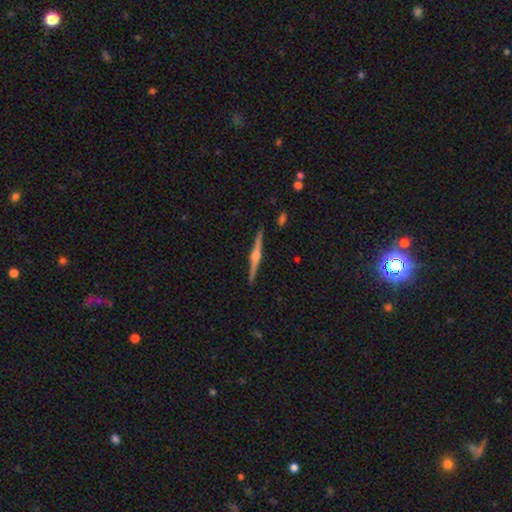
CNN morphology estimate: This appears to be a featured or disk galaxy (84%) viewed edge-on (99%) with a rounded central bulge (89%). Merging: none (92%).